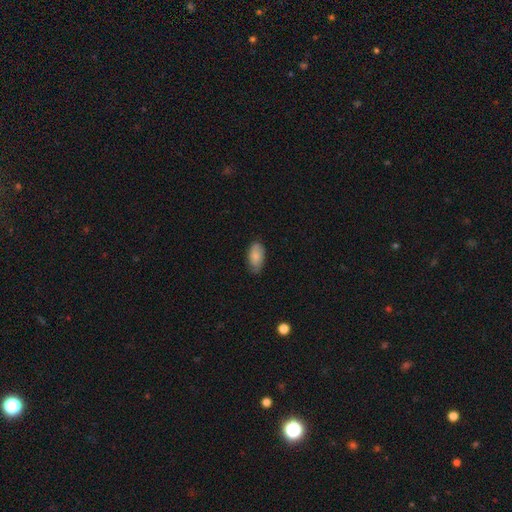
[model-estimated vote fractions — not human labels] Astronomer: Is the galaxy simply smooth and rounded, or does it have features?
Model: smooth — 79%.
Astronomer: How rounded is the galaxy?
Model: in between — 94%.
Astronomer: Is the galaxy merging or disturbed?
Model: none — 76%.